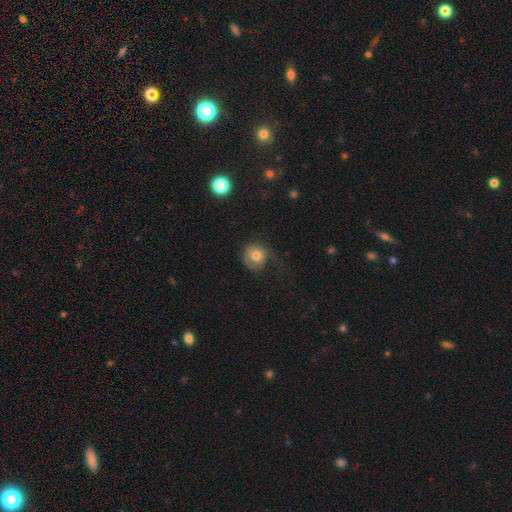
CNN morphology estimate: Smooth or featured: smooth — 68% (featured or disk — 23%)
How rounded: round — 83% (in between — 16%)
Merging: none — 45% (major disturbance — 29%)